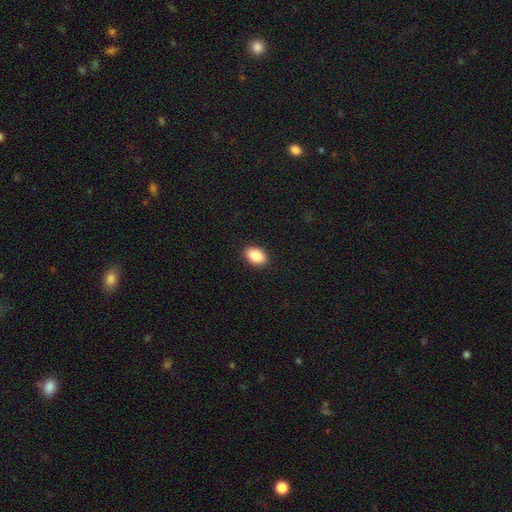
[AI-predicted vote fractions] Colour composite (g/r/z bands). It shows a smooth galaxy with no disk features (88%) that is in between round and cigar-shaped (86%). Merging: none (91%).